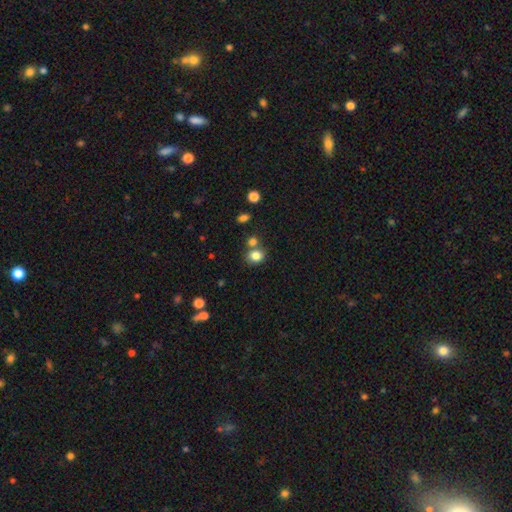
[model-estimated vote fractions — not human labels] Morphology: type=smooth (82%); roundness=round (64%); merging=none (58%).